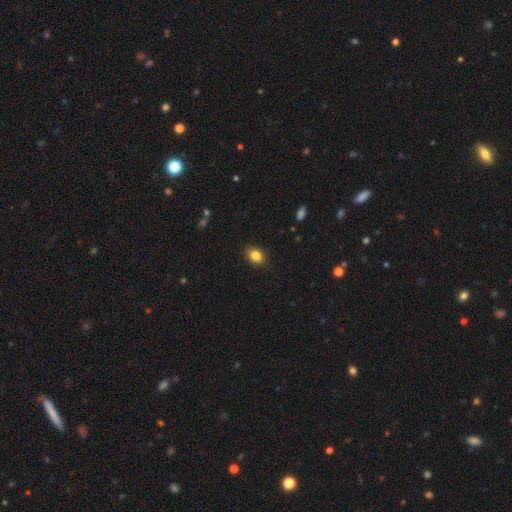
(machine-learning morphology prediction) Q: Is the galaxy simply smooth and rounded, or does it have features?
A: smooth — 85%.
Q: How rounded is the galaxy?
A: in between — 64%.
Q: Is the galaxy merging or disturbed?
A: none — 88%.